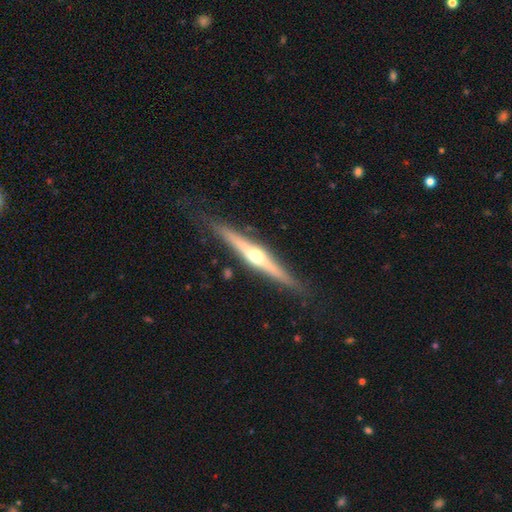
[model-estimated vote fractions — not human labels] The model was most divided on "smooth or featured": featured or disk: 74%, smooth: 21%, star or artifact: 5%. More confident: edge-on disk — yes (97%); edge-on bulge — rounded (92%); merging — none (87%).